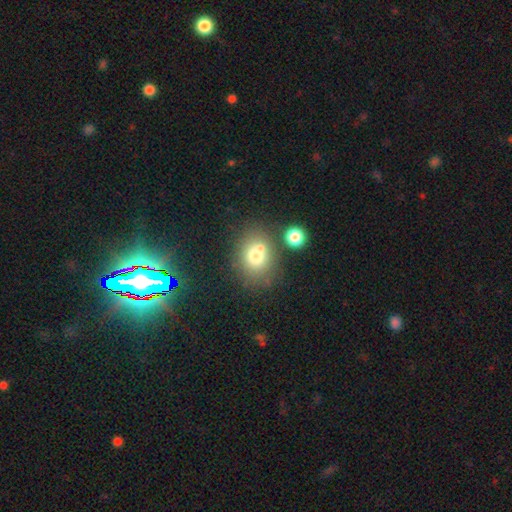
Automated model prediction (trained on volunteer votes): This is likely a smooth galaxy (72%). How rounded: possibly round (53%). Merging: possibly none (48%).